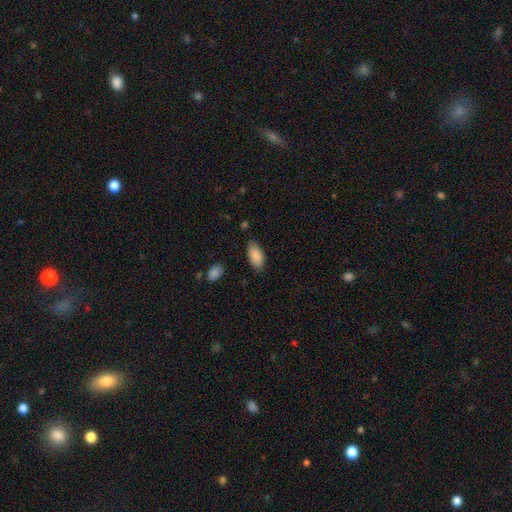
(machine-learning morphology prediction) Smooth or featured?
  - smooth: 88% *
  - star or artifact: 6%
  - featured or disk: 5%
How rounded?
  - in between: 90% *
  - cigar-shaped: 8%
  - round: 2%
Merging?
  - none: 80% *
  - minor disturbance: 15%
  - major disturbance: 3%
  - merger: 2%